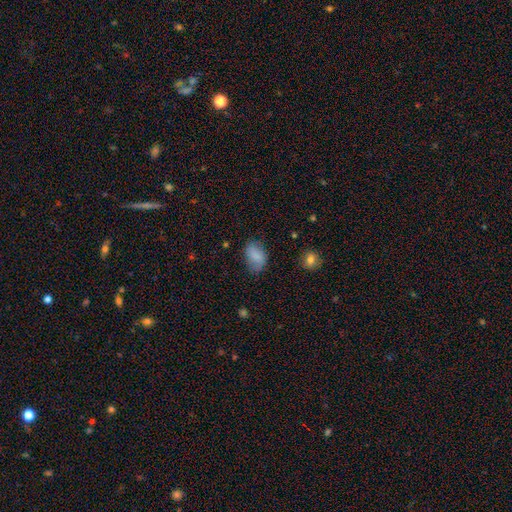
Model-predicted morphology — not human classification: This is clearly a smooth galaxy (84%). How rounded: clearly in between (88%). Merging: likely none (68%).